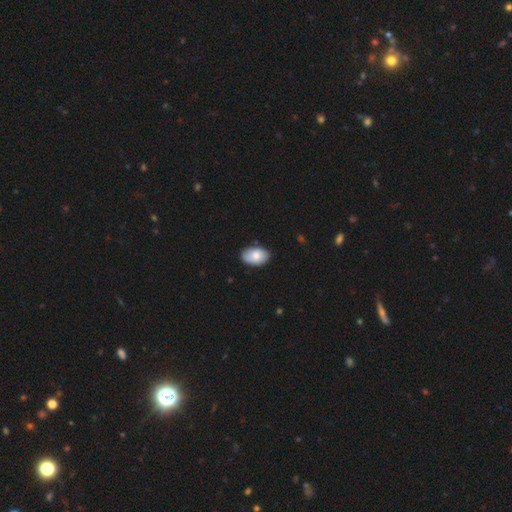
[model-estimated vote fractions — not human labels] Smooth or featured: smooth — 82% (featured or disk — 12%)
How rounded: in between — 91% (round — 8%)
Merging: none — 81% (minor disturbance — 16%)